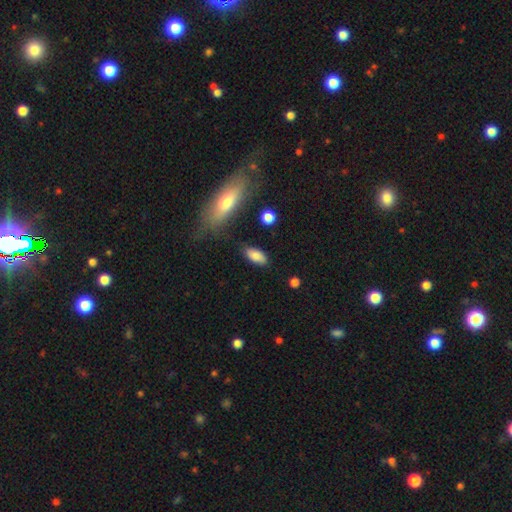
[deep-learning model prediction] Morphology: type=smooth (83%); roundness=in between (88%); merging=none (81%).